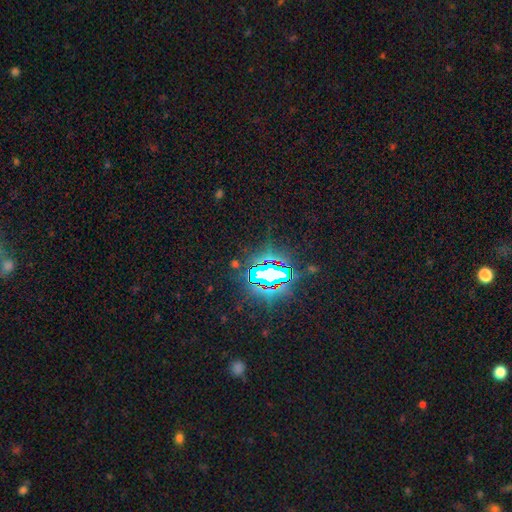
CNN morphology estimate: Smooth or featured?
  - star or artifact: 82% *
  - smooth: 11%
  - featured or disk: 7%